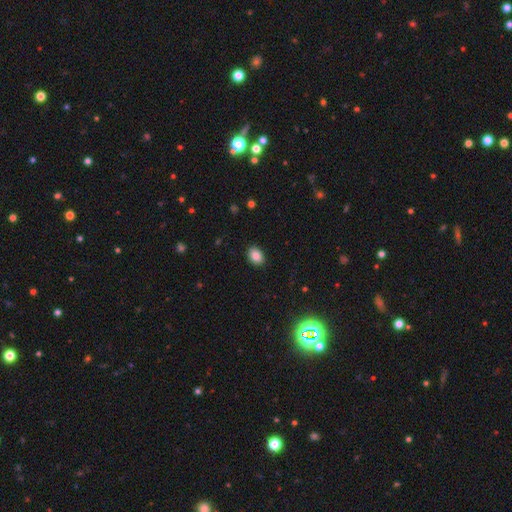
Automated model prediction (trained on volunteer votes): Smooth or featured?
  - smooth: 86% *
  - star or artifact: 9%
  - featured or disk: 5%
How rounded?
  - in between: 76% *
  - round: 23%
  - cigar-shaped: 1%
Merging?
  - none: 90% *
  - minor disturbance: 7%
  - major disturbance: 2%
  - merger: 1%